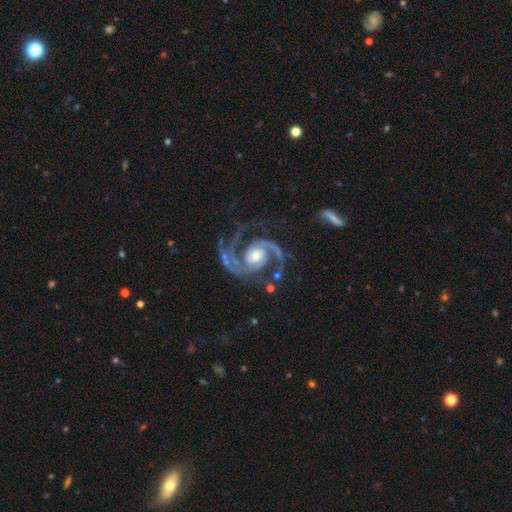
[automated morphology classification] Smooth or featured? featured or disk (94%)
Edge-on disk? no (98%)
Bar? no (61%)
Spiral arms? yes (99%)
Spiral winding? medium (61%)
Spiral arm count? 2 (91%)
Bulge size? moderate (57%)
Merging? none (70%)